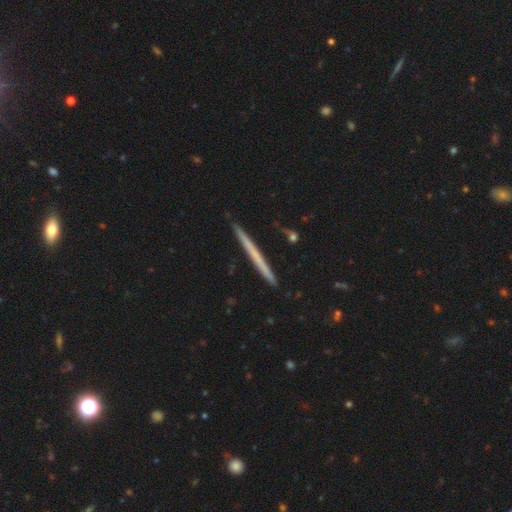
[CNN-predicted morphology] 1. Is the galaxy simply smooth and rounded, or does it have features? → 48% featured or disk, 47% smooth, 6% star or artifact.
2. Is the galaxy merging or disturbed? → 92% none, 6% minor disturbance, 1% merger, 1% major disturbance.